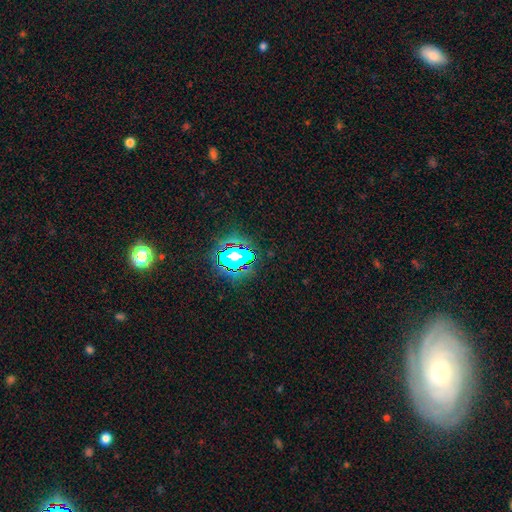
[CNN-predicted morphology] A star or artifact, not a galaxy (78%).

Vote fractions:
- Smooth or featured? star or artifact: 78% / smooth: 13% / featured or disk: 9%